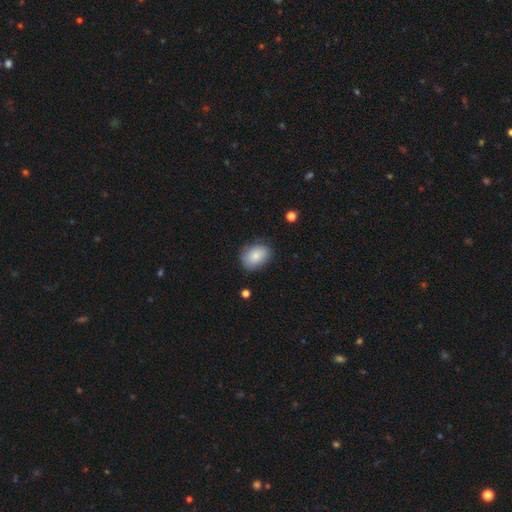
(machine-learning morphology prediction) smooth-or-featured: smooth: 83% | featured or disk: 9% | star or artifact: 7%
  how-rounded: in between: 72% | round: 27% | cigar-shaped: 1%
  merging: none: 79% | minor disturbance: 16% | major disturbance: 4% | merger: 1%